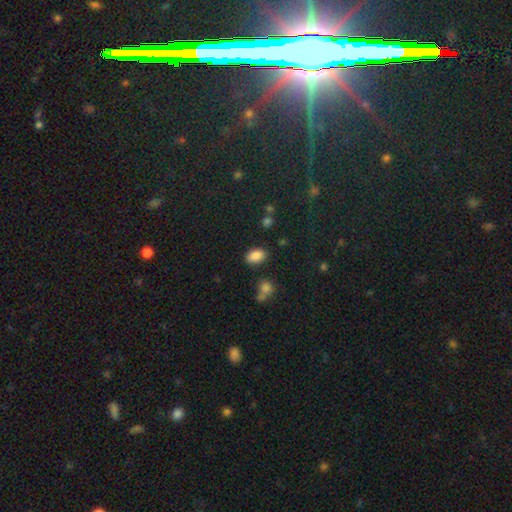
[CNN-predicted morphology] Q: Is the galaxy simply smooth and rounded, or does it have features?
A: smooth — 86%.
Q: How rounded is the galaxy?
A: in between — 86%.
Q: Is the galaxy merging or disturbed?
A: none — 82%.